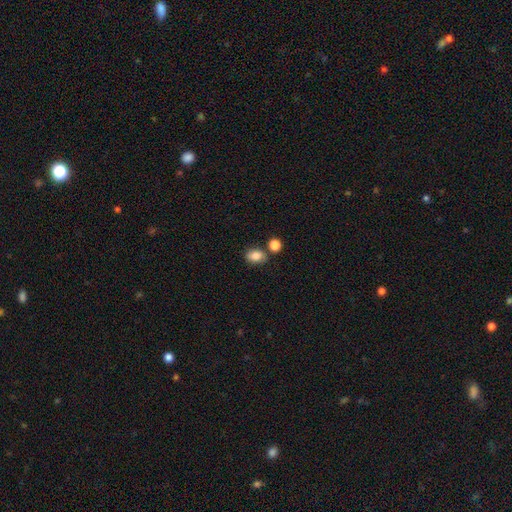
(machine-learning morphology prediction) Overall: smooth (84%). How rounded: in between (71%). Merging: none (70%).